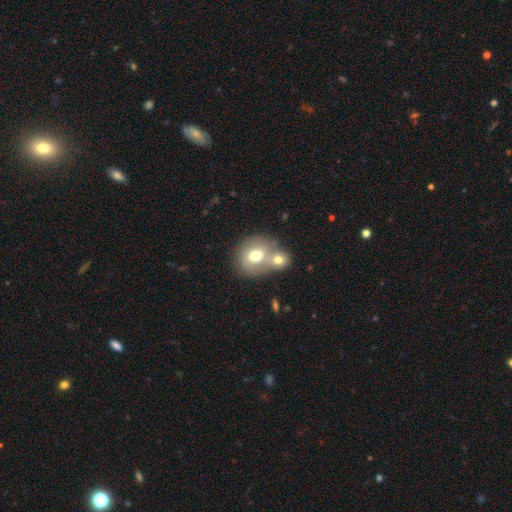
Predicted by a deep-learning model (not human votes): This appears to be a smooth galaxy with no disk features (67%) that is round (74%). Merging: merger (53%).